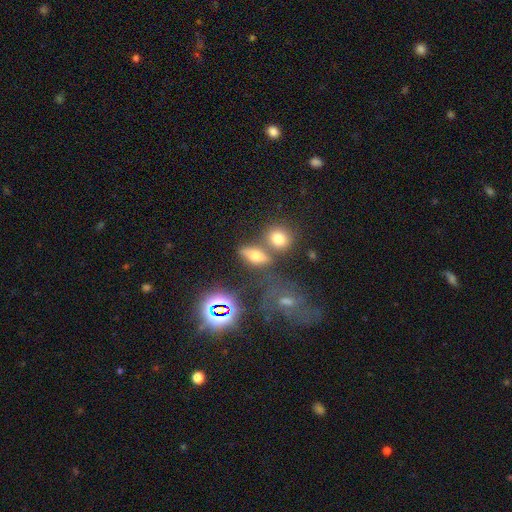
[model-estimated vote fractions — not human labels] This is possibly a smooth galaxy (58%). How rounded: possibly in between (59%). Merging: possibly none (58%).